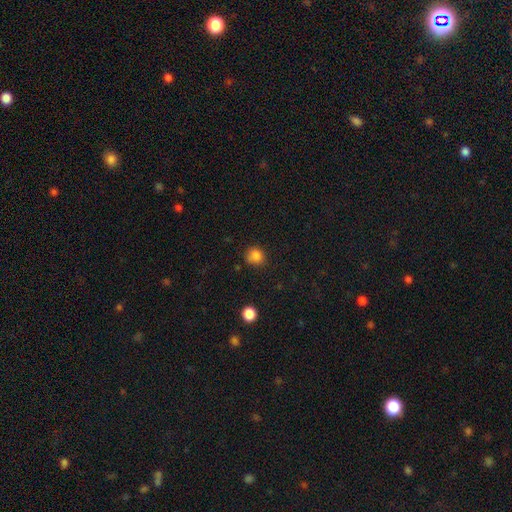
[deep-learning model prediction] Smooth or featured? smooth (84%)
How rounded? round (80%)
Merging? none (75%)